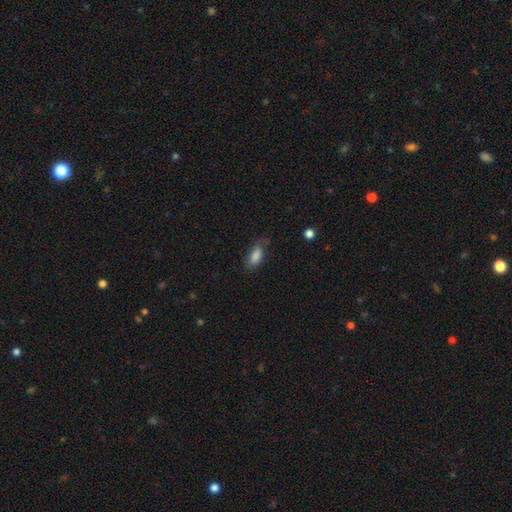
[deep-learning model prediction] smooth_or_featured: smooth (p=0.82) [alt: featured or disk p=0.10]
how_rounded: in between (p=0.86) [alt: cigar-shaped p=0.10]
merging: none (p=0.57) [alt: minor disturbance p=0.28]